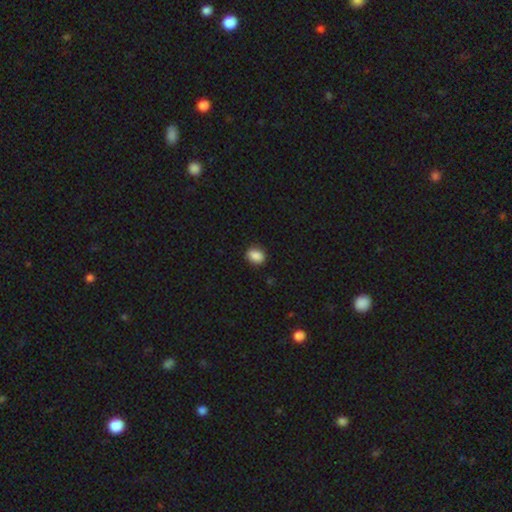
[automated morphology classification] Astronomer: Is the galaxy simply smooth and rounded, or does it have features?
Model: smooth — 88%.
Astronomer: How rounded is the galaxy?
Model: in between — 56% (runner-up: round, 43%).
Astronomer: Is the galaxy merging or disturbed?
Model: none — 86%.